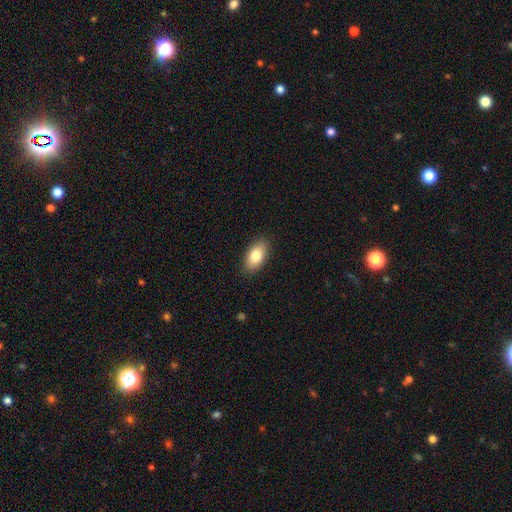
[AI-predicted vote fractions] Smooth or featured?
  - smooth: 80% *
  - featured or disk: 13%
  - star or artifact: 7%
How rounded?
  - in between: 92% *
  - cigar-shaped: 4%
  - round: 4%
Merging?
  - none: 89% *
  - minor disturbance: 8%
  - major disturbance: 2%
  - merger: 1%